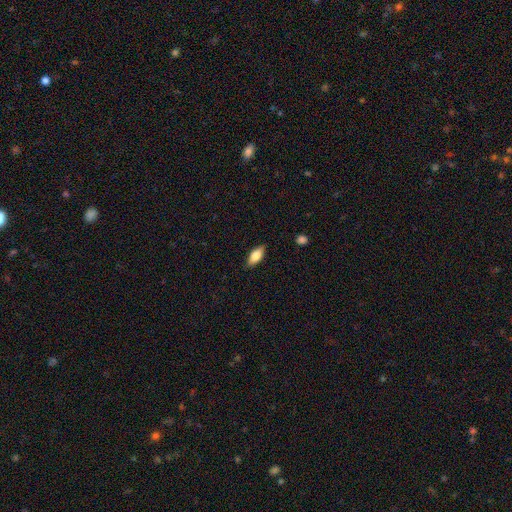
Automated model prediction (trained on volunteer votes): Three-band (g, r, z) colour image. It shows a smooth galaxy with no disk features (76%) that is in between round and cigar-shaped (81%). Merging: none (86%).